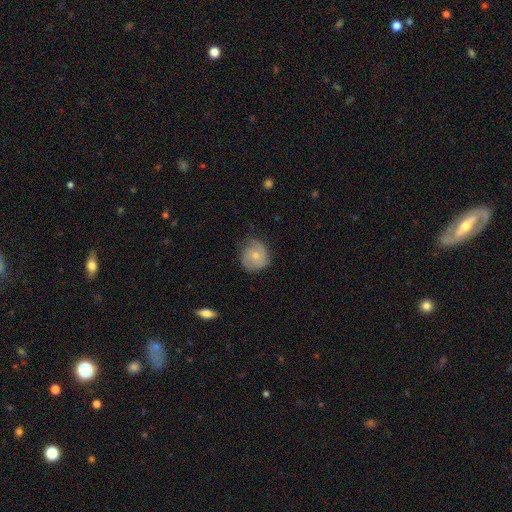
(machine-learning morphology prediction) A smooth galaxy with no disk features (52%) that is round (84%). Merging: none (66%).